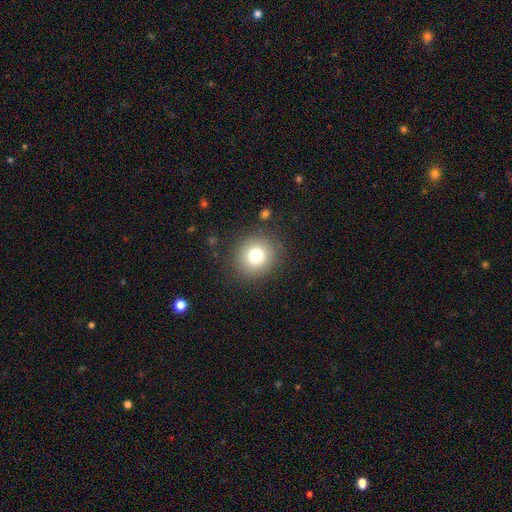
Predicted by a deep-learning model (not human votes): Smooth or featured? Predicted: smooth (p=0.77). How rounded? Predicted: round (p=0.90). Merging? Predicted: none (p=0.87).